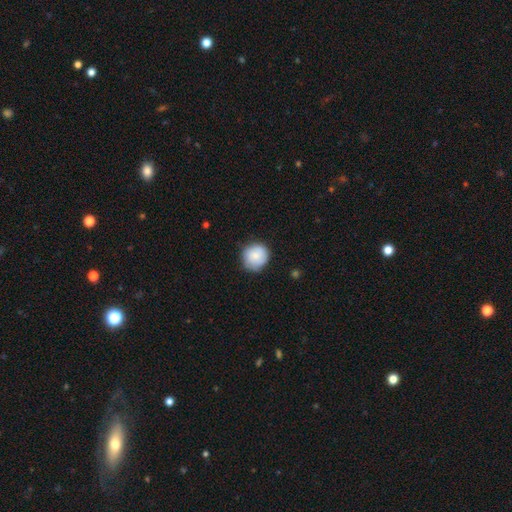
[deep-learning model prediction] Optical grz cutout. It shows a smooth galaxy with no disk features (81%) that is round (91%). Merging: none (79%).